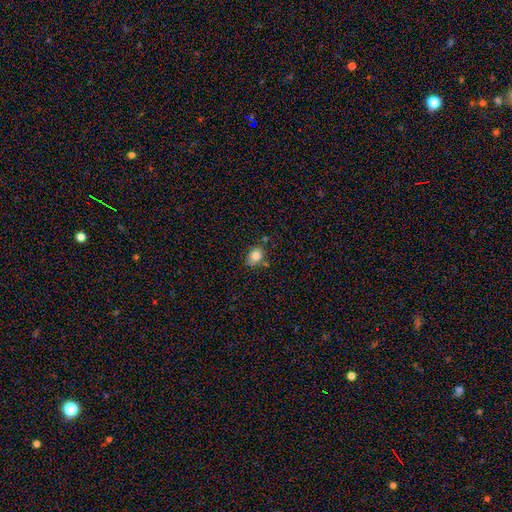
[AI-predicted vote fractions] The model was most divided on "how rounded": in between: 67%, round: 31%, cigar-shaped: 1%. More confident: smooth or featured — smooth (83%); merging — none (69%).